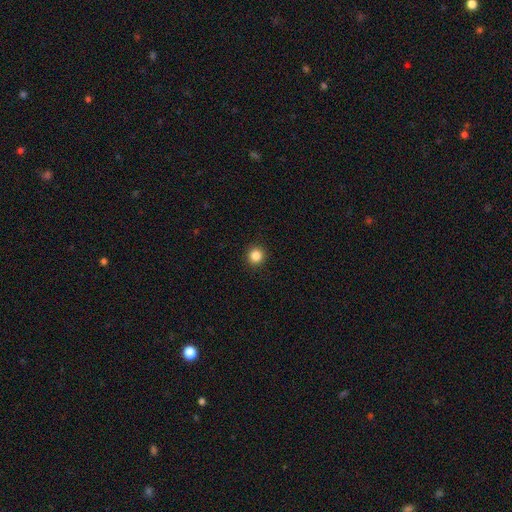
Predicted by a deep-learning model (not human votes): A smooth galaxy with no disk features (85%) that is round (94%). Merging: none (93%).